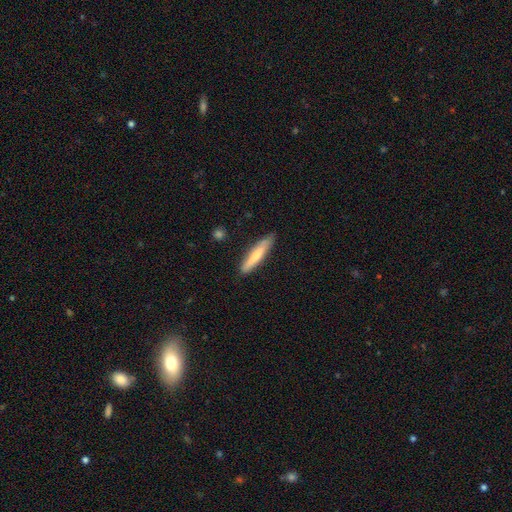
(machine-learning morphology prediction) A smooth galaxy with no disk features (64%) that is cigar-shaped (87%). Merging: none (84%).